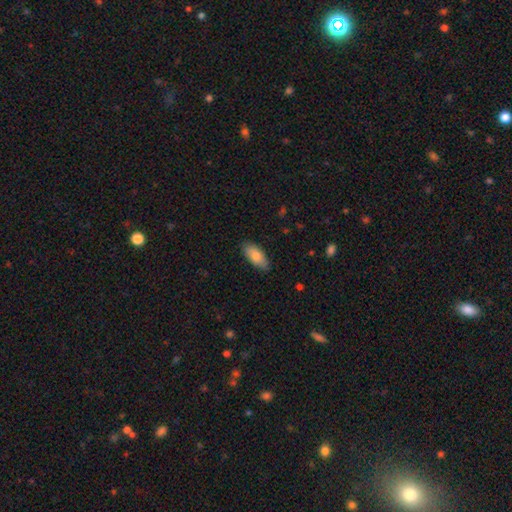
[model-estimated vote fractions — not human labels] smooth-or-featured: smooth: 83% | featured or disk: 11% | star or artifact: 6%
  how-rounded: in between: 88% | cigar-shaped: 10% | round: 2%
  merging: none: 85% | minor disturbance: 12% | major disturbance: 2% | merger: 1%